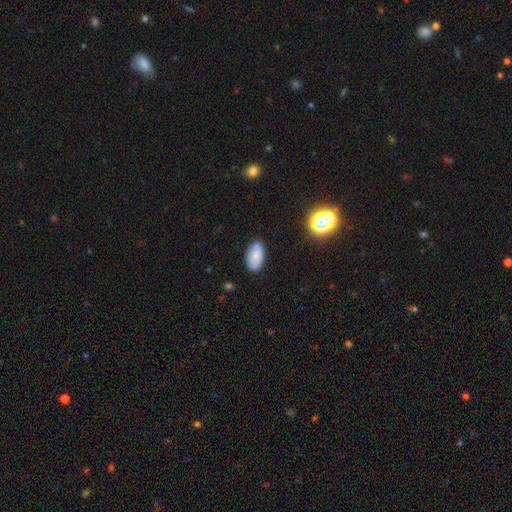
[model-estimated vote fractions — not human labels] Smooth or featured: smooth — 78% (featured or disk — 14%)
How rounded: in between — 94% (round — 4%)
Merging: none — 78% (minor disturbance — 17%)